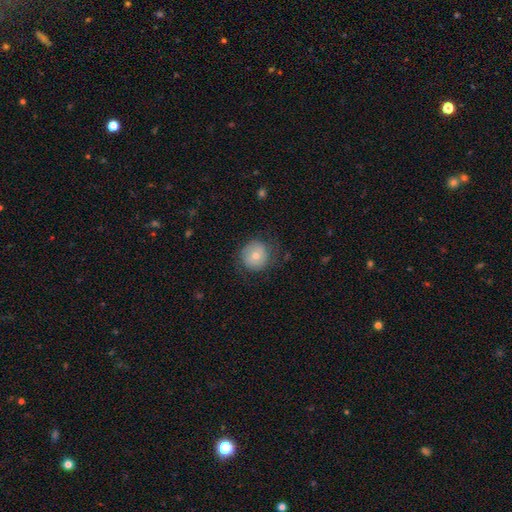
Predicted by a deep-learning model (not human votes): Smooth or featured? smooth (61%)
How rounded? round (91%)
Merging? none (71%)